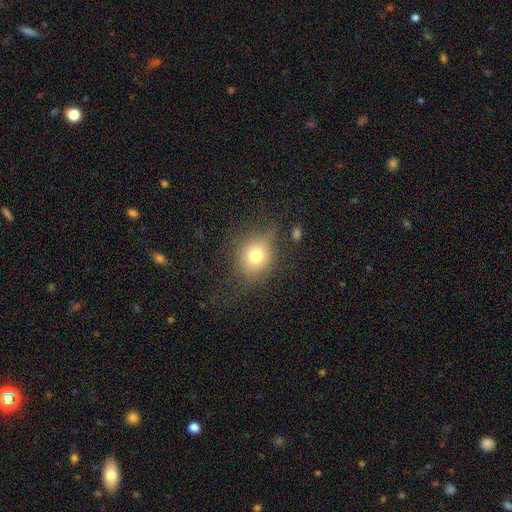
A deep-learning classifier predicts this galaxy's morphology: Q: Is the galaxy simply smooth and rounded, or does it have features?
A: smooth — 71%.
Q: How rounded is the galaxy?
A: round — 69%.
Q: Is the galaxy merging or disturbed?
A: none — 63%.